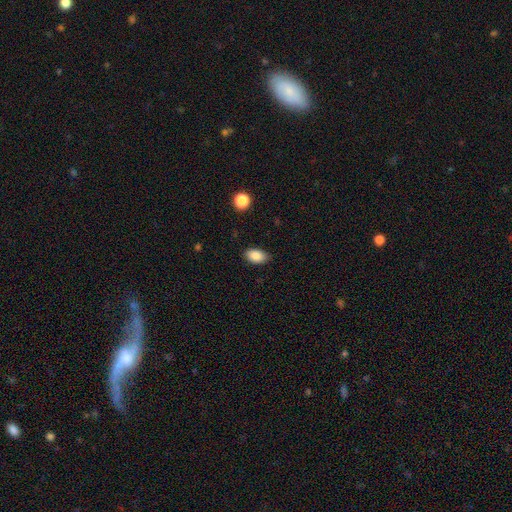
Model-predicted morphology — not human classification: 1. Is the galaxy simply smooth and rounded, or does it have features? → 87% smooth, 8% star or artifact, 5% featured or disk.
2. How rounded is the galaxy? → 90% in between, 9% round, 1% cigar-shaped.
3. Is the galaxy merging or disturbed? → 84% none, 12% minor disturbance, 2% major disturbance, 1% merger.